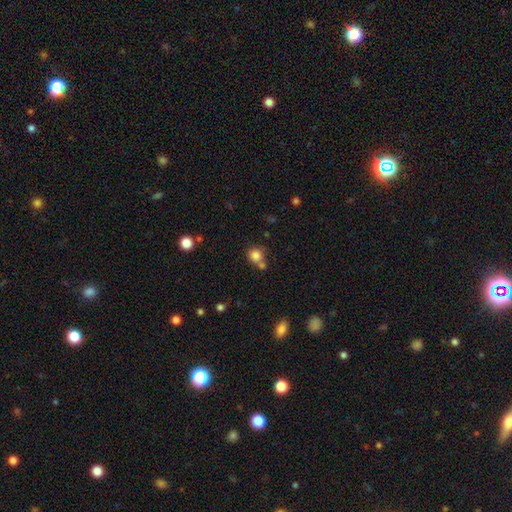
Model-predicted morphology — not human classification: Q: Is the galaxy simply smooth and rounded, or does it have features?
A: smooth — 82%.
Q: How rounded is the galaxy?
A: round — 86%.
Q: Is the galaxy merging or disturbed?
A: none — 57%.